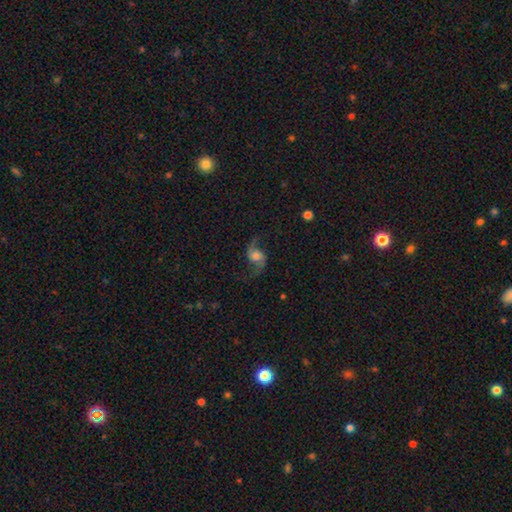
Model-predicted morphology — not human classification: Smooth or featured? featured or disk (86%)
Edge-on disk? no (97%)
Bar? no (63%)
Spiral arms? yes (97%)
Spiral winding? loose (82%)
Spiral arm count? 2 (94%)
Bulge size? large (32%)
Merging? none (78%)